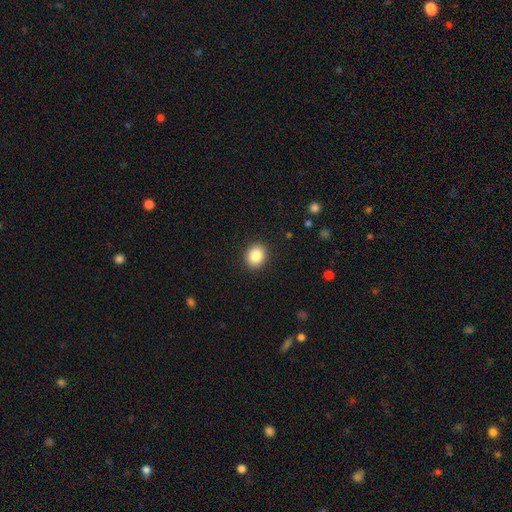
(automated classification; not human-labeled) Smooth or featured: smooth — 85% (star or artifact — 9%)
How rounded: round — 65% (in between — 34%)
Merging: none — 91% (minor disturbance — 6%)